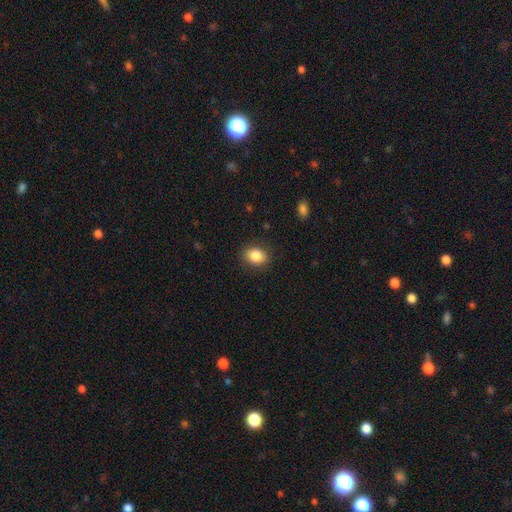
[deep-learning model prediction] Smooth or featured? smooth (86%)
How rounded? in between (66%)
Merging? none (86%)